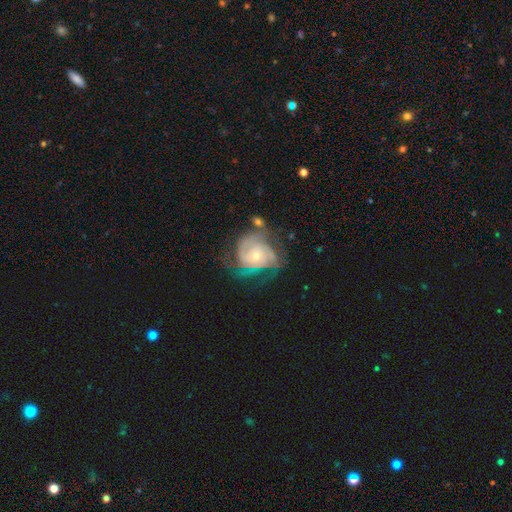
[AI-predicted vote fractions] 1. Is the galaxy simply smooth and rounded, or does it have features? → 85% featured or disk, 10% smooth, 5% star or artifact.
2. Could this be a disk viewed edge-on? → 98% no, 2% yes.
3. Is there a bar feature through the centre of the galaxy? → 75% no, 21% weak, 4% strong.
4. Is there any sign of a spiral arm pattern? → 95% yes, 5% no.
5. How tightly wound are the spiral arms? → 67% tight, 27% medium, 7% loose.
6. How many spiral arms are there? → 32% 3, 25% can't tell, 20% 2, 13% 4, 5% 1, 5% more than 4.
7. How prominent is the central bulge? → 54% small, 41% moderate, 2% large, 1% none, 1% dominant.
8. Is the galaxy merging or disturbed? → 53% none, 23% minor disturbance, 17% major disturbance, 7% merger.